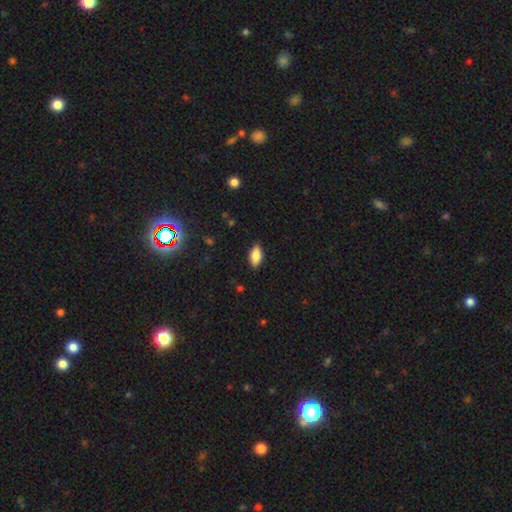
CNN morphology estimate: type=smooth (82%); roundness=in between (88%); merging=none (87%).